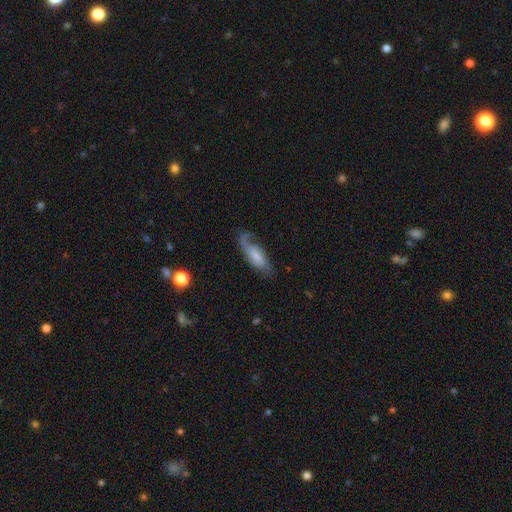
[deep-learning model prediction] Smooth or featured? Predicted: featured or disk (p=0.53). Edge-on disk? Predicted: no (p=0.86). Merging? Predicted: none (p=0.51).